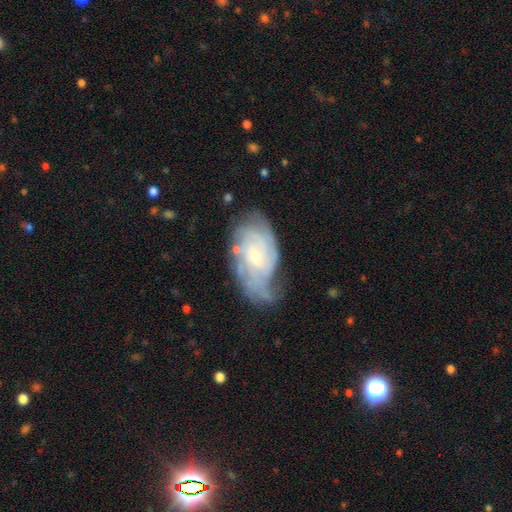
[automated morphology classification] A featured or disk galaxy (79%) with no bar (62%), tight (63%) spiral arms (93%) and a small central bulge (71%).

Vote fractions:
- Smooth or featured? featured or disk: 79% / smooth: 14% / star or artifact: 7%
- Edge-on disk? no: 96% / yes: 4%
- Bar? no: 62% / weak: 32% / strong: 6%
- Spiral arms? yes: 93% / no: 7%
- Spiral winding? tight: 63% / medium: 28% / loose: 9%
- Spiral arm count? can't tell: 42% / 2: 20% / 3: 15% / 4: 13% / more than 4: 5% / 1: 5%
- Bulge size? small: 71% / moderate: 23% / none: 3% / large: 2% / dominant: 1%
- Merging? none: 57% / minor disturbance: 28% / major disturbance: 13% / merger: 3%